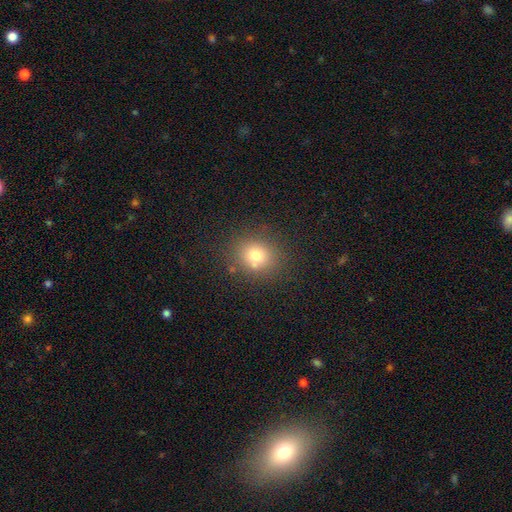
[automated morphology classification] The model was most divided on "how rounded": round: 70%, in between: 29%, cigar-shaped: 1%. More confident: merging — none (76%); smooth or featured — smooth (74%).